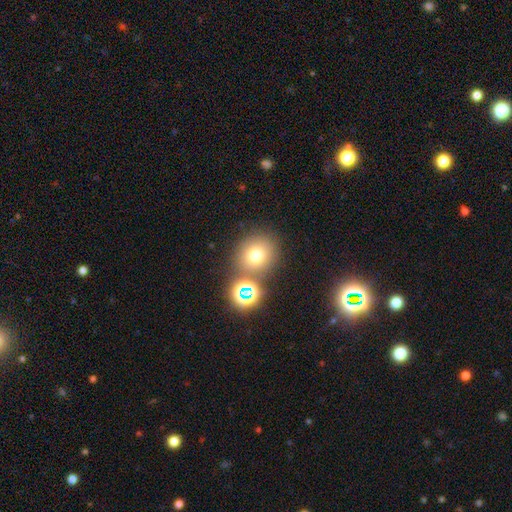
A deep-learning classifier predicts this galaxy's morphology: smooth 71%, star or artifact 19%, featured or disk 10%. Down the decision tree: how rounded — round (84%); merging — none (72%).